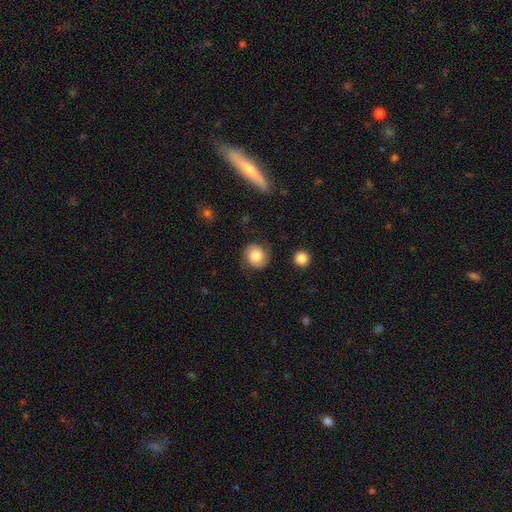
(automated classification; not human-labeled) This is likely a smooth galaxy (62%). How rounded: clearly round (85%). Merging: likely none (77%).